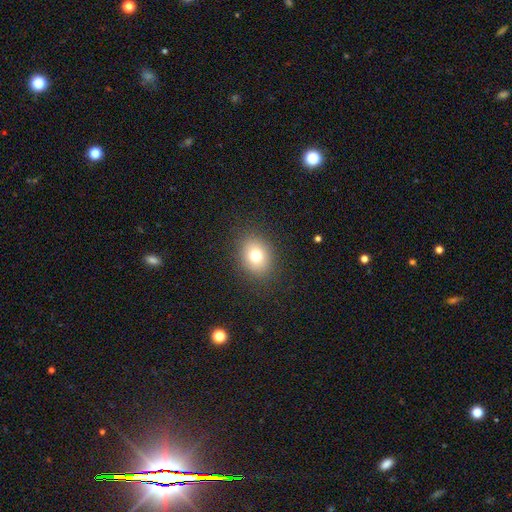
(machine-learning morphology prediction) Smooth or featured? Predicted: smooth (p=0.75). How rounded? Predicted: round (p=0.51). Merging? Predicted: none (p=0.87).